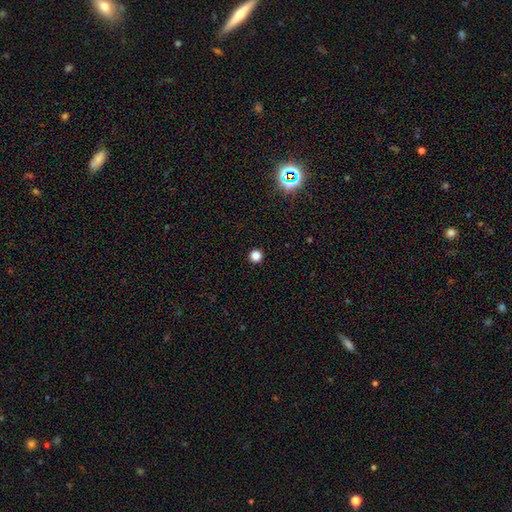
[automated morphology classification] smooth-or-featured: smooth: 84% | star or artifact: 14% | featured or disk: 3%
  how-rounded: round: 96% | in between: 3% | cigar-shaped: 1%
  merging: none: 94% | minor disturbance: 4% | major disturbance: 2% | merger: 1%